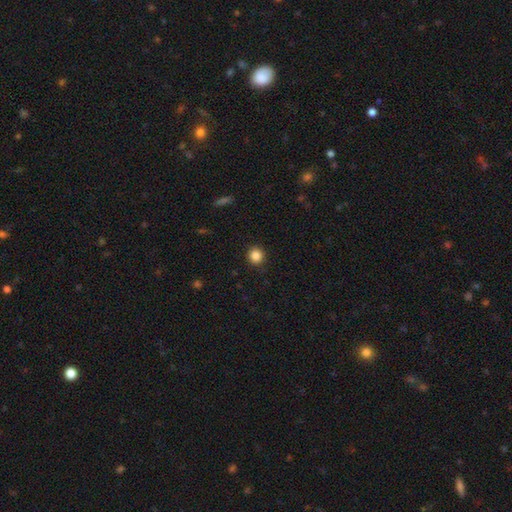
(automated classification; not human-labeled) Morphology: type=smooth (86%); roundness=round (93%); merging=none (92%).